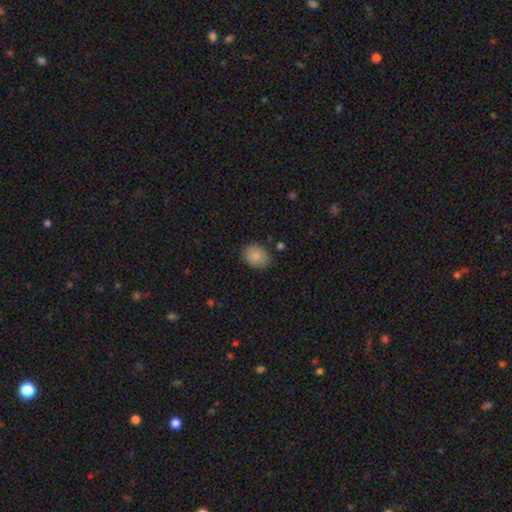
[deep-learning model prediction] Q: Smooth or featured?
A: smooth (86%); runner-up: star or artifact (8%)
Q: How rounded?
A: in between (56%); runner-up: round (43%)
Q: Merging?
A: none (80%); runner-up: minor disturbance (14%)